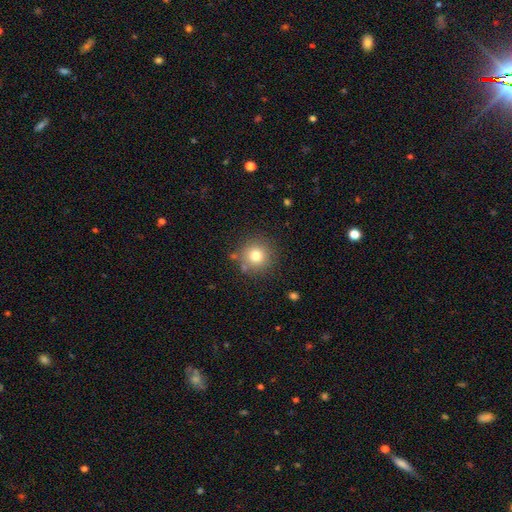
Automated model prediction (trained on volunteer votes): Smooth or featured: smooth — 76% (star or artifact — 13%)
How rounded: round — 94% (in between — 5%)
Merging: none — 82% (minor disturbance — 10%)